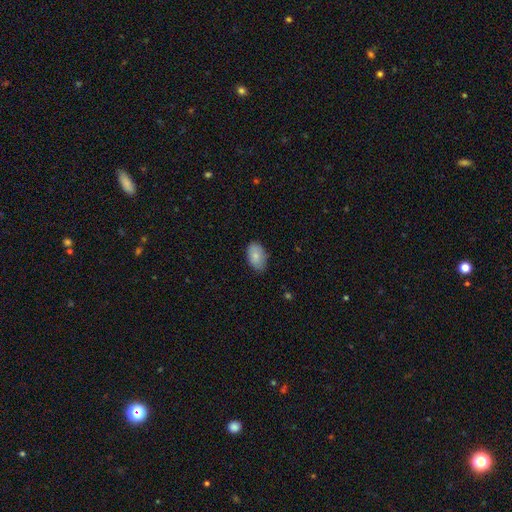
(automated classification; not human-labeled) Smooth or featured: smooth — 84% (featured or disk — 10%)
How rounded: in between — 92% (round — 7%)
Merging: none — 79% (minor disturbance — 18%)